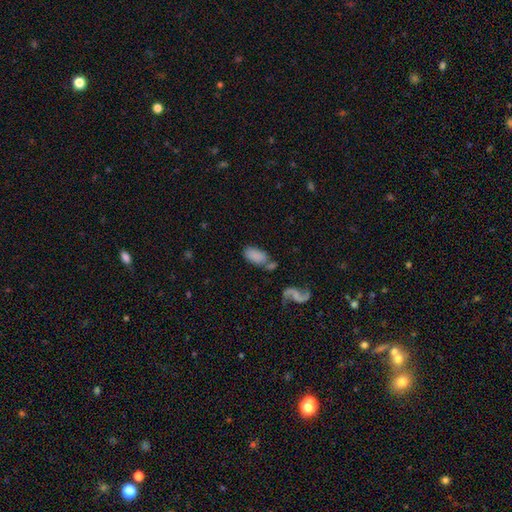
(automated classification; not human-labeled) smooth_or_featured: smooth (p=0.77) [alt: featured or disk p=0.15]
how_rounded: in between (p=0.92) [alt: cigar-shaped p=0.05]
merging: none (p=0.49) [alt: merger p=0.24]